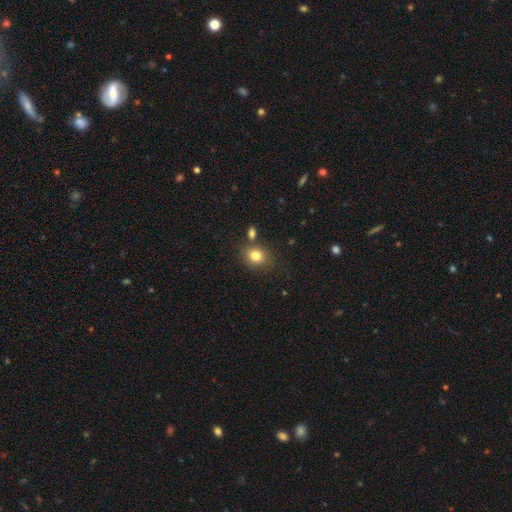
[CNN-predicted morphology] This appears to be a smooth galaxy with no disk features (81%) that is round (62%). Merging: none (75%).